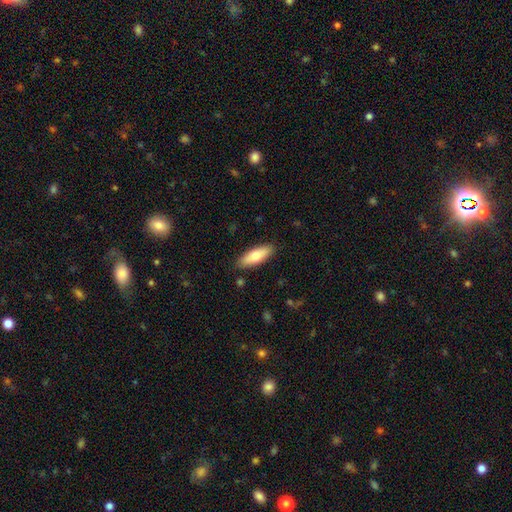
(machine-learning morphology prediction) This appears to be a smooth galaxy with no disk features (72%) that is in between round and cigar-shaped (63%). Merging: none (88%).